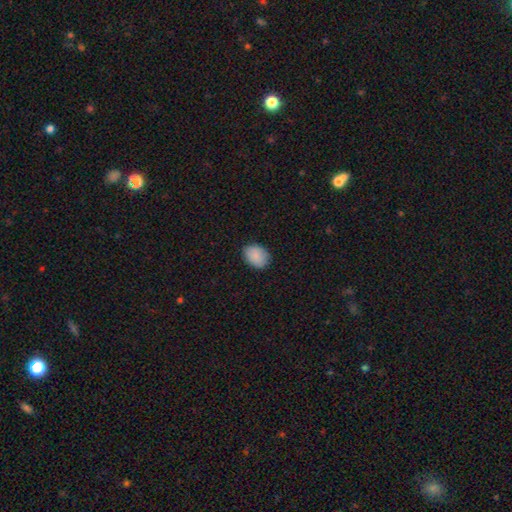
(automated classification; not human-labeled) Smooth or featured? Predicted: smooth (p=0.89). How rounded? Predicted: in between (p=0.69). Merging? Predicted: none (p=0.85).